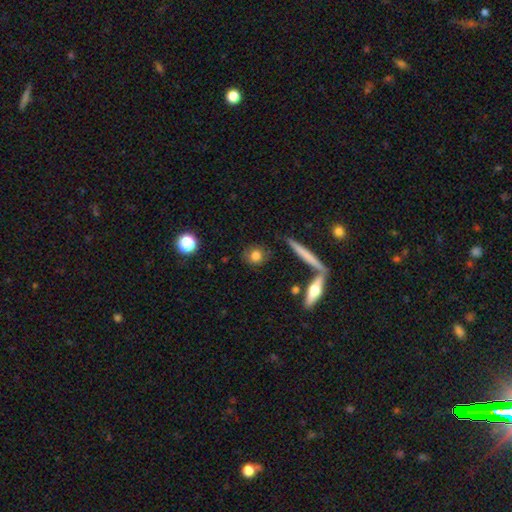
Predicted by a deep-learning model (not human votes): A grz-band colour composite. It shows a smooth galaxy with no disk features (78%) that is round (73%). Merging: none (79%).